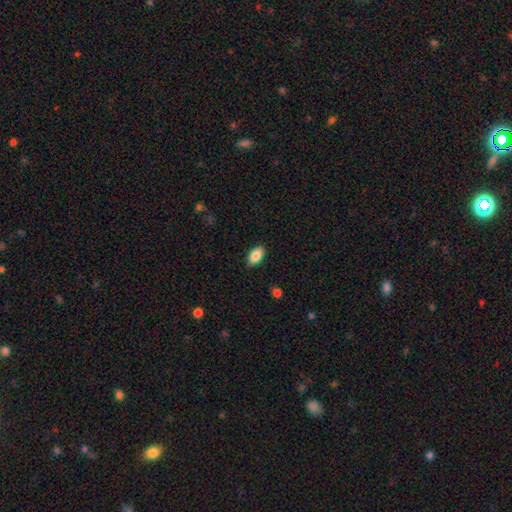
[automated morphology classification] This is clearly a smooth galaxy (86%). How rounded: clearly in between (92%). Merging: clearly none (86%).